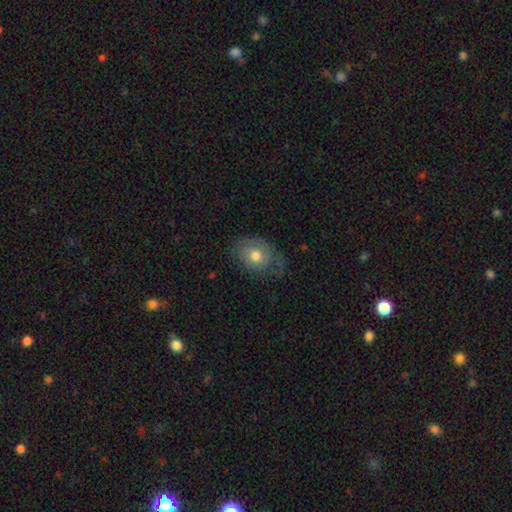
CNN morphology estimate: smooth-or-featured: smooth: 61% | featured or disk: 31% | star or artifact: 8%
  how-rounded: in between: 52% | round: 47% | cigar-shaped: 1%
  merging: none: 53% | minor disturbance: 28% | major disturbance: 17% | merger: 1%